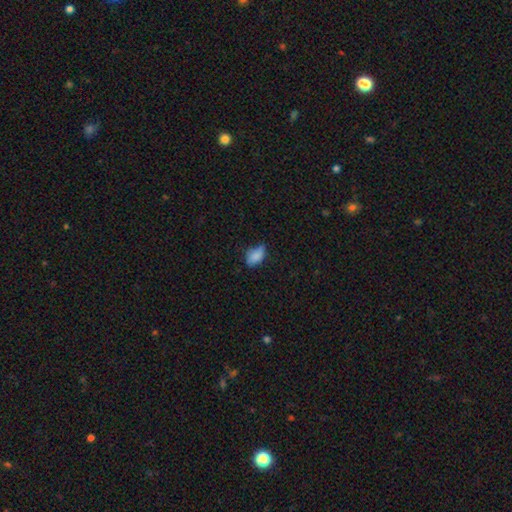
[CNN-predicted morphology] Smooth or featured? Predicted: smooth (p=0.82). How rounded? Predicted: in between (p=0.90). Merging? Predicted: none (p=0.49).